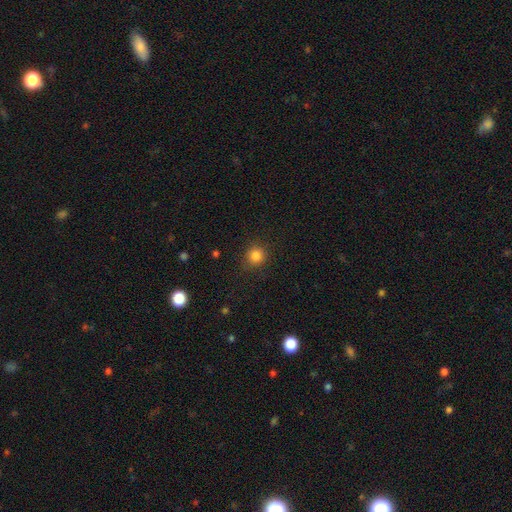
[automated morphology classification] Smooth or featured: smooth — 83% (star or artifact — 12%)
How rounded: round — 91% (in between — 8%)
Merging: none — 87% (minor disturbance — 9%)